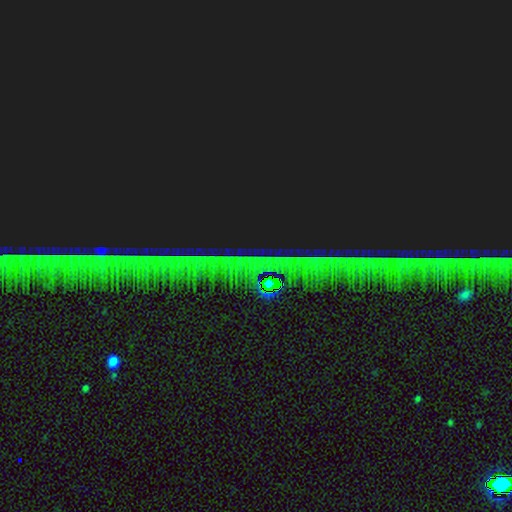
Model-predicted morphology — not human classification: smooth-or-featured: star or artifact: 85% | featured or disk: 8% | smooth: 8%